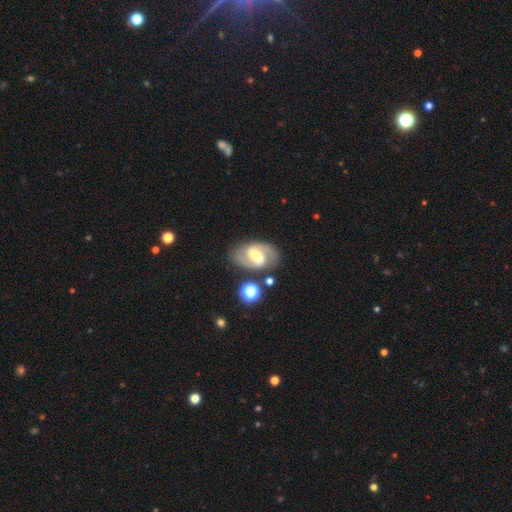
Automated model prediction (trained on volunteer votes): featured or disk 80%, smooth 13%, star or artifact 6%. Down the decision tree: edge-on disk — no (97%); bar — weak (44%, tied with strong); spiral arms — yes (92%); spiral arm count — 2 (90%); spiral winding — medium (54%); bulge size — moderate (54%); merging — none (80%).